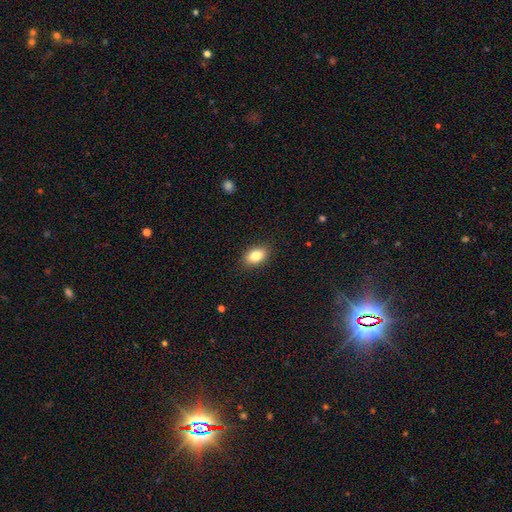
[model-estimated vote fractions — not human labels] A smooth galaxy with no disk features (84%) that is in between round and cigar-shaped (87%). Merging: none (88%).